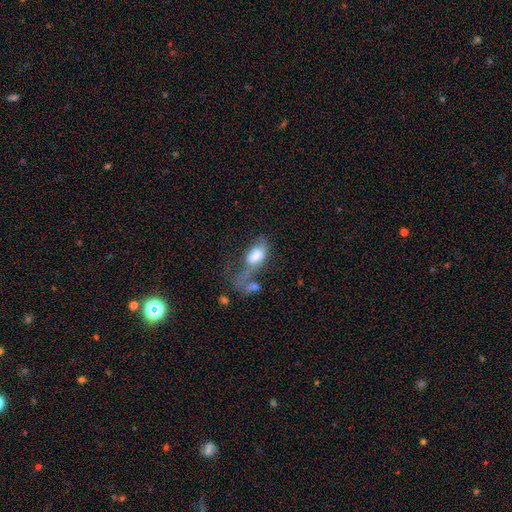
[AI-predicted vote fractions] This appears to be a smooth galaxy with no disk features (68%) that is in between round and cigar-shaped (88%). Merging: major disturbance (42%).